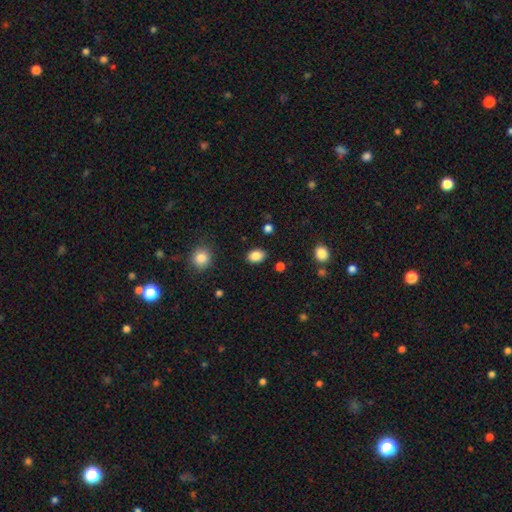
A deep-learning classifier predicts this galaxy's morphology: smooth-or-featured: smooth: 87% | star or artifact: 9% | featured or disk: 4%
  how-rounded: in between: 75% | round: 24% | cigar-shaped: 1%
  merging: none: 86% | minor disturbance: 9% | major disturbance: 3% | merger: 2%